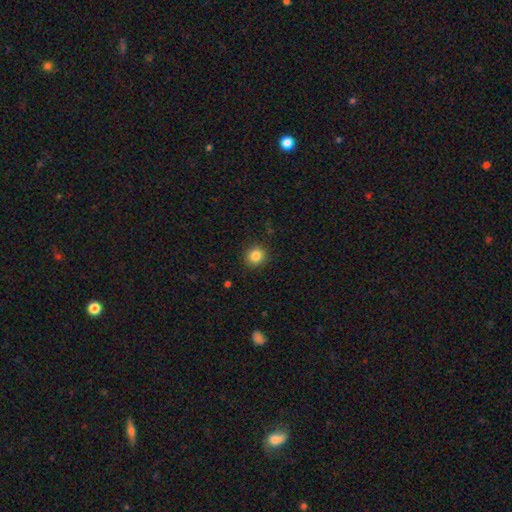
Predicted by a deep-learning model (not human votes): This appears to be a smooth galaxy with no disk features (84%) that is round (89%). Merging: none (90%).